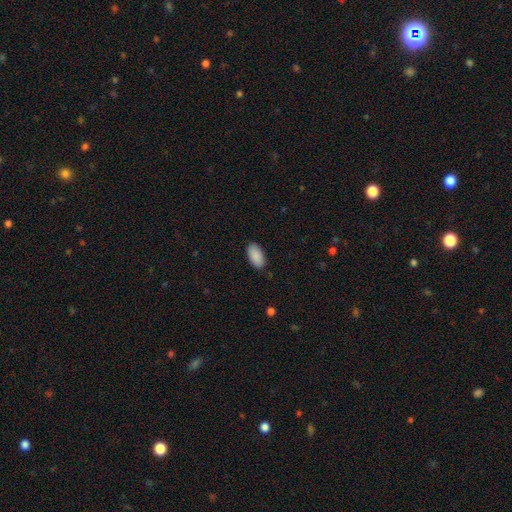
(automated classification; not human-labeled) This appears to be a smooth galaxy with no disk features (90%) that is in between round and cigar-shaped (94%). Merging: none (88%).